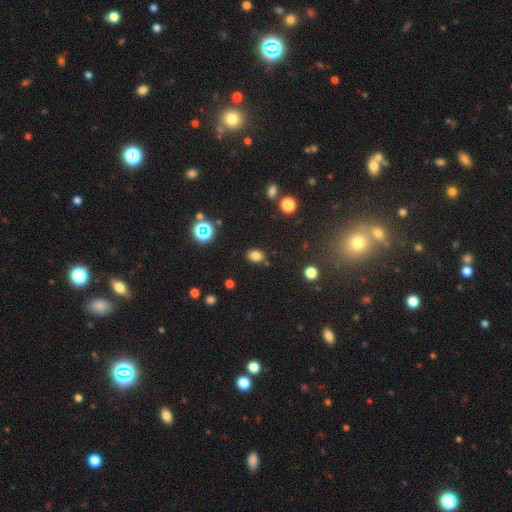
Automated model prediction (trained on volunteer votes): Morphology: type=smooth (78%); roundness=in between (67%); merging=none (83%).